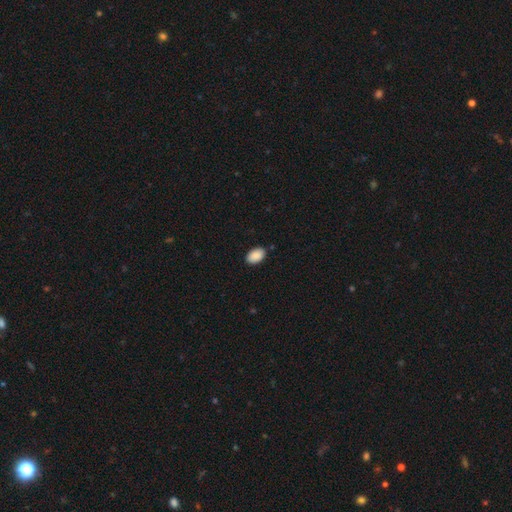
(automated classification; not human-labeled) Overall: smooth (90%). How rounded: in between (92%). Merging: none (87%).